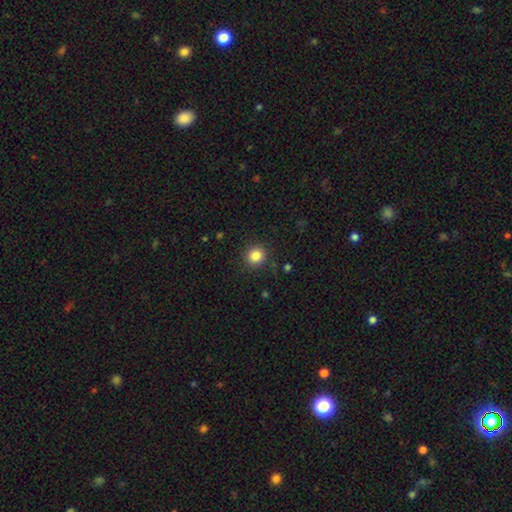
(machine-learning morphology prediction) Overall: smooth (84%). How rounded: round (91%). Merging: none (90%).